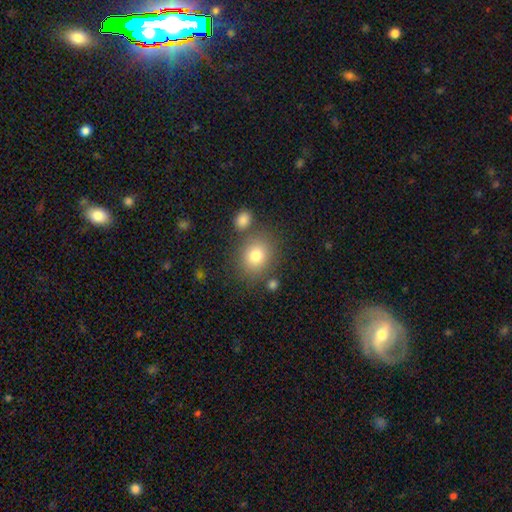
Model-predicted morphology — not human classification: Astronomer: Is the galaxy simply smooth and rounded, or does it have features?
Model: smooth — 79%.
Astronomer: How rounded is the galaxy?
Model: round — 72%.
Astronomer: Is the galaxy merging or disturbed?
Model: none — 75%.